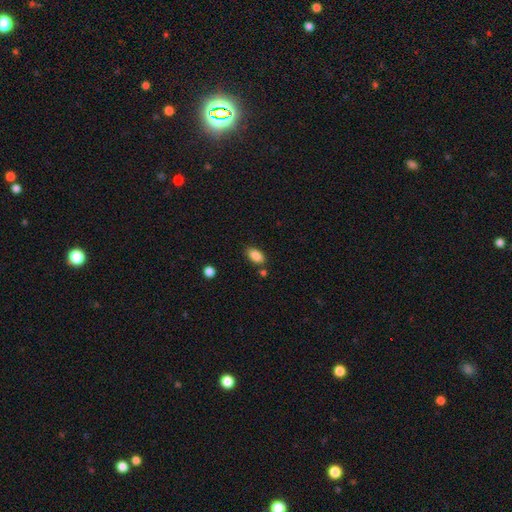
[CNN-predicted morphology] Smooth or featured?
  - smooth: 87% *
  - star or artifact: 8%
  - featured or disk: 5%
How rounded?
  - in between: 91% *
  - round: 6%
  - cigar-shaped: 3%
Merging?
  - none: 79% *
  - minor disturbance: 13%
  - merger: 5%
  - major disturbance: 3%